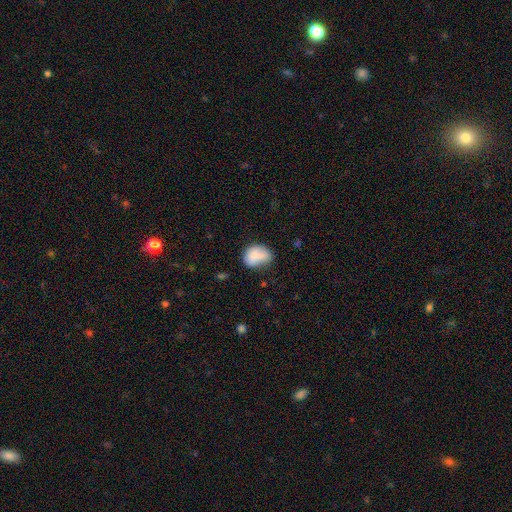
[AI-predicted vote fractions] The model was most divided on "merging": none: 48%, minor disturbance: 34%, major disturbance: 11%, merger: 7%. More confident: smooth or featured — smooth (80%); how rounded — in between (70%).